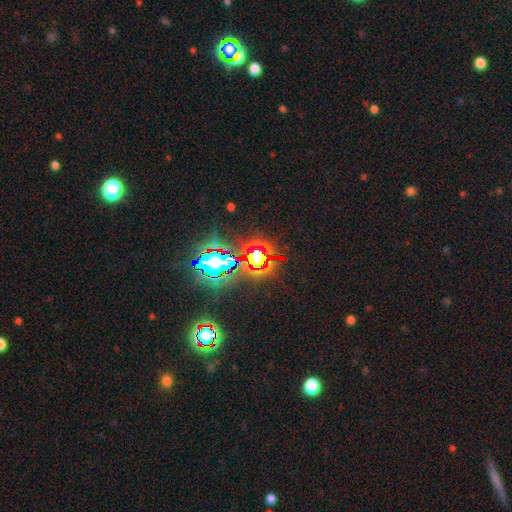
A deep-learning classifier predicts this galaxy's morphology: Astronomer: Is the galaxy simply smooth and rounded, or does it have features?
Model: star or artifact — 74%.